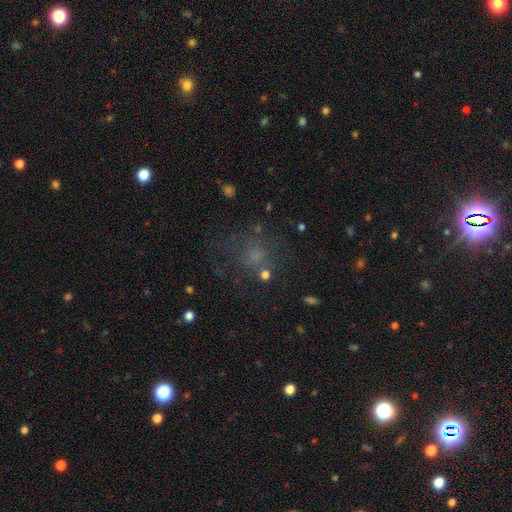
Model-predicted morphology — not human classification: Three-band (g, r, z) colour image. It shows a smooth galaxy with no disk features (51%) that is round (76%). Merging: none (61%).